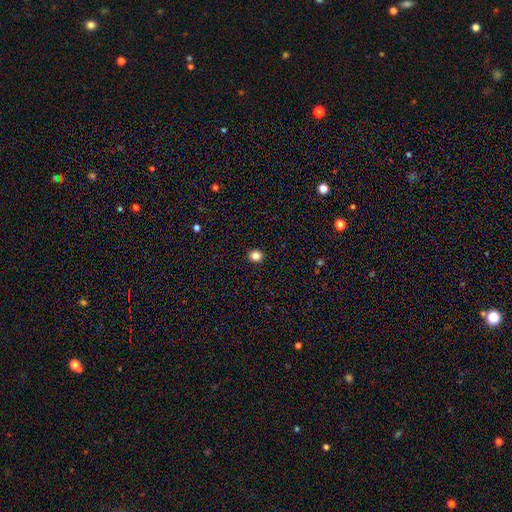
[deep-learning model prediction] Morphology: type=smooth (84%); roundness=round (81%); merging=none (93%).